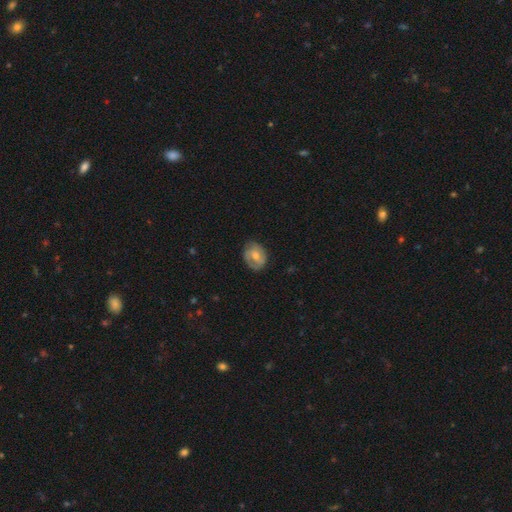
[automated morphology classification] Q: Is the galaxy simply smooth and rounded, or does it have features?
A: featured or disk — 50%.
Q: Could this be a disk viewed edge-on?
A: no — 96%.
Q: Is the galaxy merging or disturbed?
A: none — 70%.